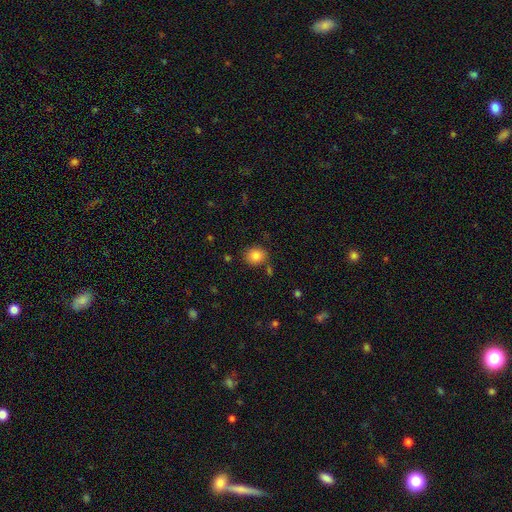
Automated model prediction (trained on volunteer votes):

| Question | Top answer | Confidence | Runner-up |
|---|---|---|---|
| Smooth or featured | smooth | 85% | star or artifact (10%) |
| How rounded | round | 77% | in between (22%) |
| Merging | none | 82% | minor disturbance (10%) |